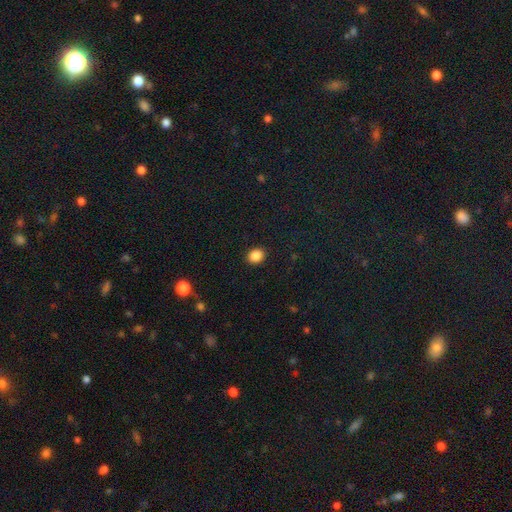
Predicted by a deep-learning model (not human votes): Smooth or featured? Predicted: smooth (p=0.87). How rounded? Predicted: round (p=0.59). Merging? Predicted: none (p=0.91).